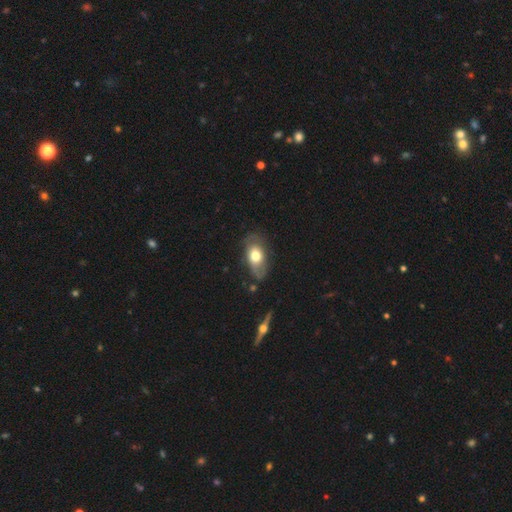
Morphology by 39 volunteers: Smooth or featured? 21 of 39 (54%) said smooth. How rounded? 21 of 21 (100%) said in between. Merging? 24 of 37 (65%) said none.